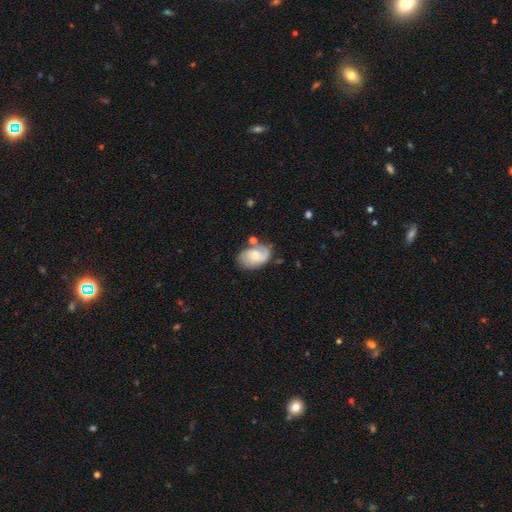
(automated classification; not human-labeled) The model was most divided on "bulge size": small: 46%, moderate: 41%, none: 7%, large: 5%, dominant: 1%. More confident: edge-on disk — no (96%); spiral arms — yes (85%); bar — no (65%); merging — none (58%); smooth or featured — featured or disk (54%).